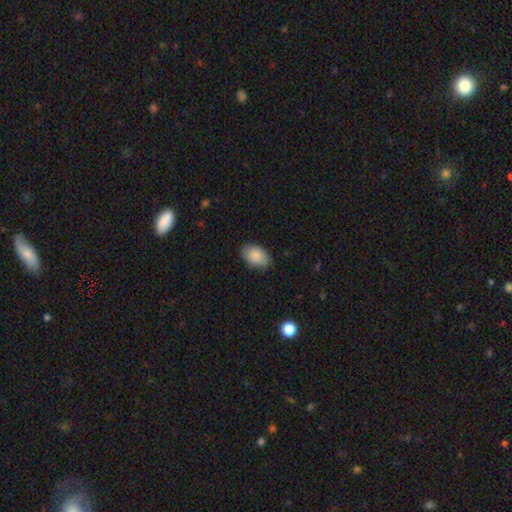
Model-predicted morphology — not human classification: The model was most divided on "merging": none: 83%, minor disturbance: 13%, major disturbance: 3%, merger: 1%. More confident: how rounded — in between (90%); smooth or featured — smooth (88%).